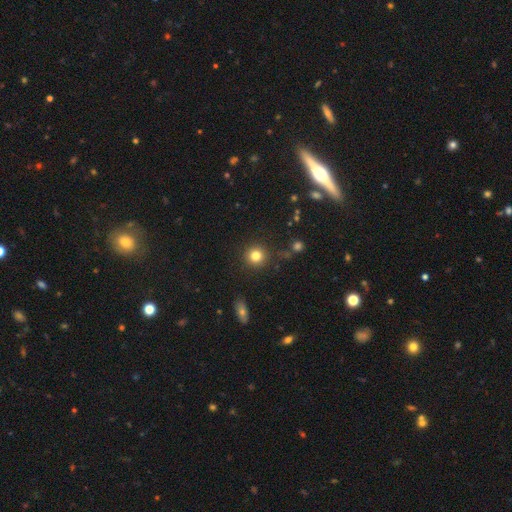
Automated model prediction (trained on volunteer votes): Smooth or featured? smooth (81%)
How rounded? round (93%)
Merging? none (88%)